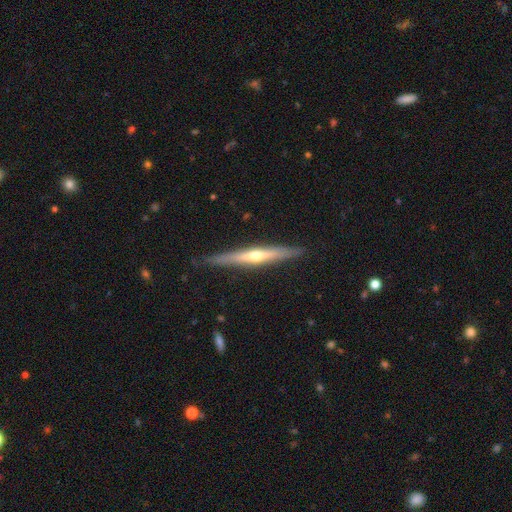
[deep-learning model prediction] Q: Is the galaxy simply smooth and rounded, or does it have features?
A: featured or disk — 68%.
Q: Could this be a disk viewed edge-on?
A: yes — 97%.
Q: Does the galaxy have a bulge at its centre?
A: rounded — 79%.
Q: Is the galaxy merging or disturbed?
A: none — 88%.